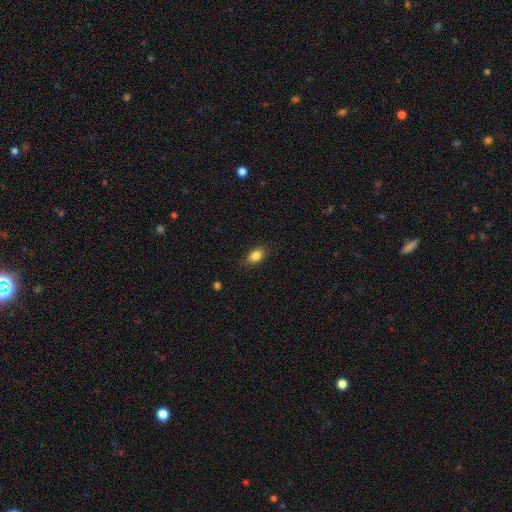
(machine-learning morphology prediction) type=smooth (85%); roundness=in between (82%); merging=none (80%).